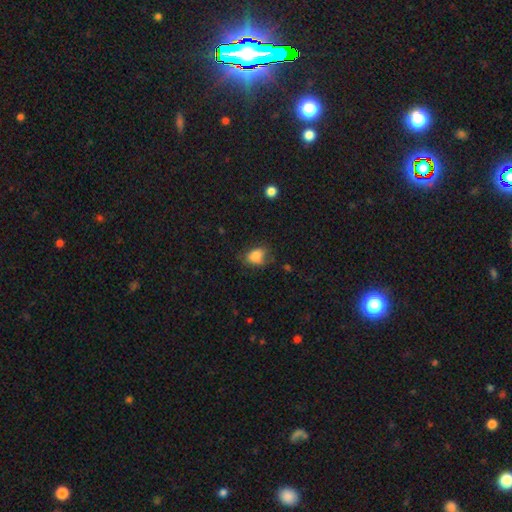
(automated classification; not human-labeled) smooth 80%, featured or disk 10%, star or artifact 10%. Down the decision tree: how rounded — in between (69%); merging — none (55%).